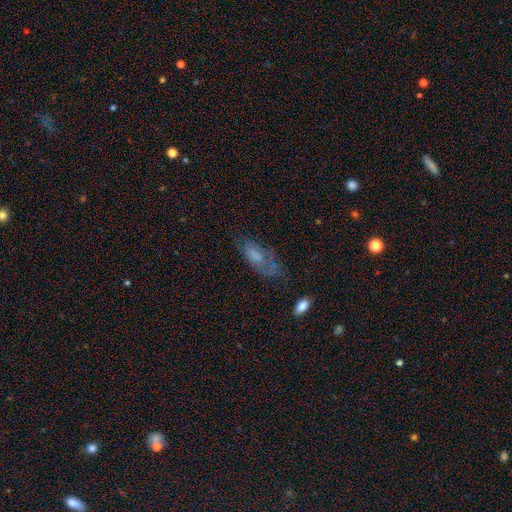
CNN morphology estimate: A smooth galaxy with no disk features (55%) that is in between round and cigar-shaped (82%).

Vote fractions:
- Smooth or featured? smooth: 55% / featured or disk: 35% / star or artifact: 11%
- How rounded? in between: 82% / cigar-shaped: 15% / round: 3%
- Merging? none: 42% / minor disturbance: 27% / major disturbance: 27% / merger: 4%